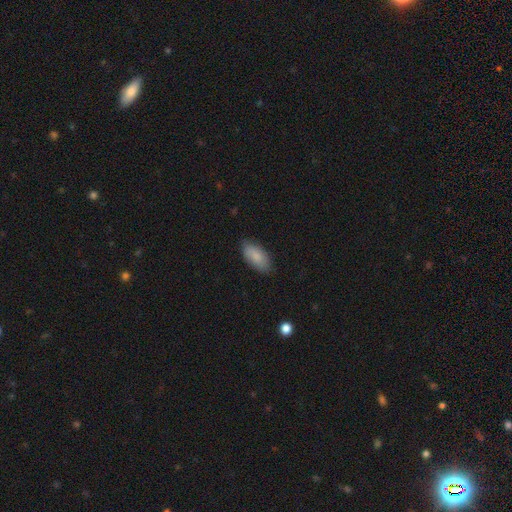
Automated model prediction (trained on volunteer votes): This appears to be a smooth galaxy with no disk features (84%) that is in between round and cigar-shaped (92%). Merging: none (79%).